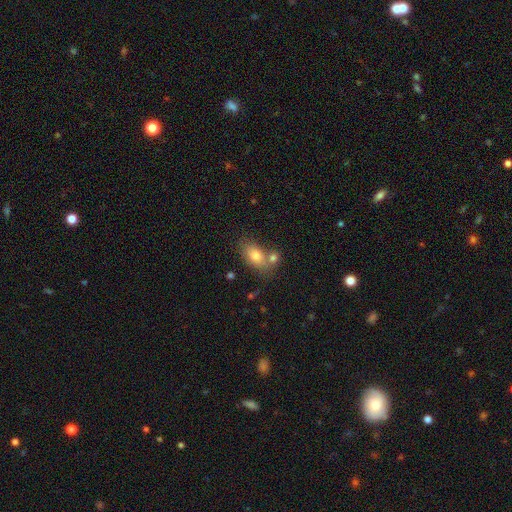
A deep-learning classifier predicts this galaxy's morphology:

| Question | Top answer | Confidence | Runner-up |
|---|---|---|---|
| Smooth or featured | smooth | 79% | featured or disk (12%) |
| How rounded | in between | 85% | round (12%) |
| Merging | none | 53% | merger (29%) |